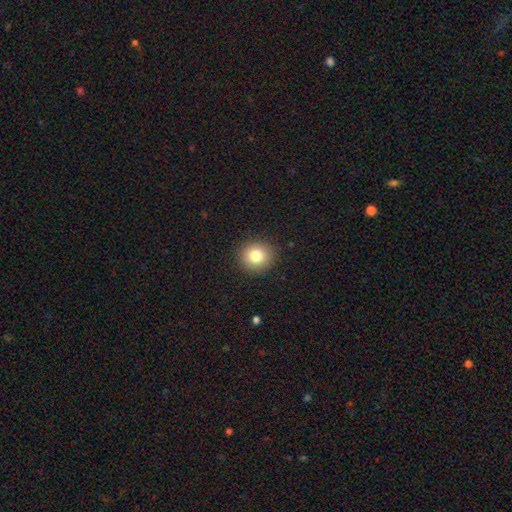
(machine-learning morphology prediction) smooth_or_featured: smooth (p=0.80) [alt: star or artifact p=0.11]
how_rounded: round (p=0.88) [alt: in between p=0.12]
merging: none (p=0.91) [alt: minor disturbance p=0.06]